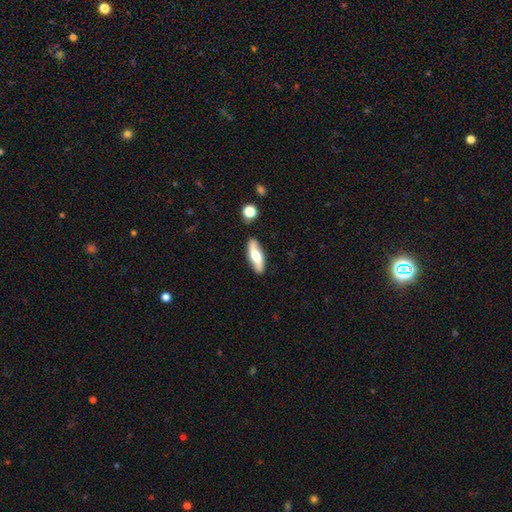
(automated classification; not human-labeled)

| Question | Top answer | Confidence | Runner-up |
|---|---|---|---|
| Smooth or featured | smooth | 52% | featured or disk (42%) |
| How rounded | in between | 56% | cigar-shaped (41%) |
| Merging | none | 84% | minor disturbance (11%) |